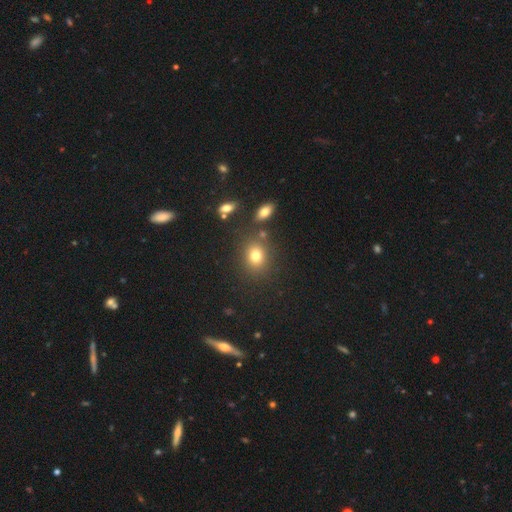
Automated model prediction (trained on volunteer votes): smooth_or_featured: smooth (p=0.76) [alt: star or artifact p=0.15]
how_rounded: round (p=0.59) [alt: in between p=0.40]
merging: none (p=0.78) [alt: minor disturbance p=0.10]